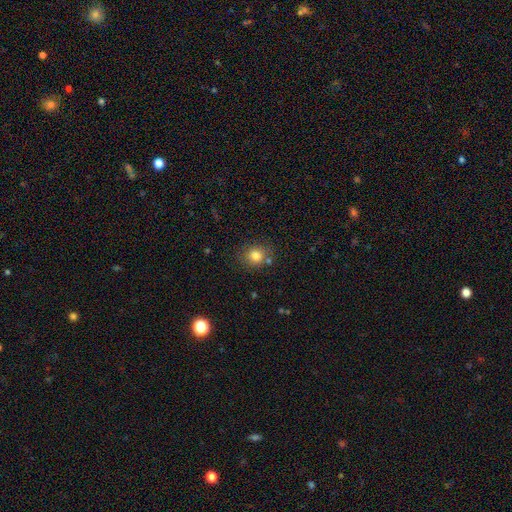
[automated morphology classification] smooth 81%, star or artifact 12%, featured or disk 7%. Down the decision tree: how rounded — round (78%); merging — none (77%).